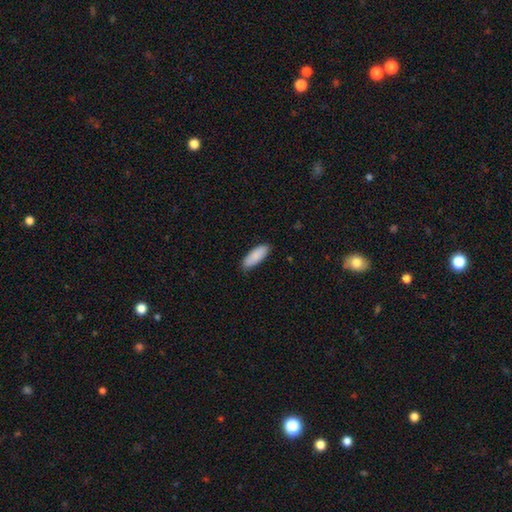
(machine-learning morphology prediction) Smooth or featured? Predicted: smooth (p=0.87). How rounded? Predicted: in between (p=0.71). Merging? Predicted: none (p=0.86).